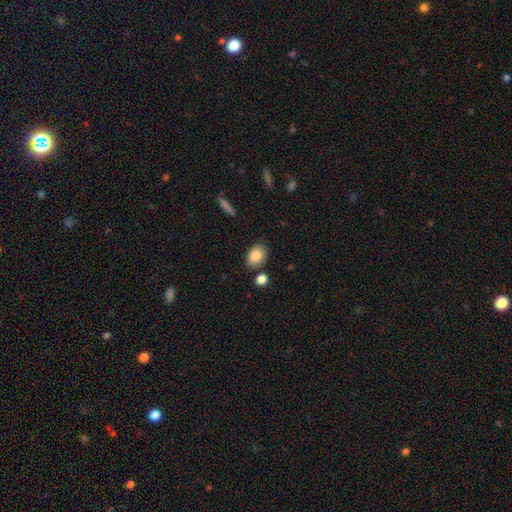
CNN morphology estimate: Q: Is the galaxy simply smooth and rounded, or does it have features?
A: smooth — 86%.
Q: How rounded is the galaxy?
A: in between — 72%.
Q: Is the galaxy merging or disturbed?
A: none — 78%.